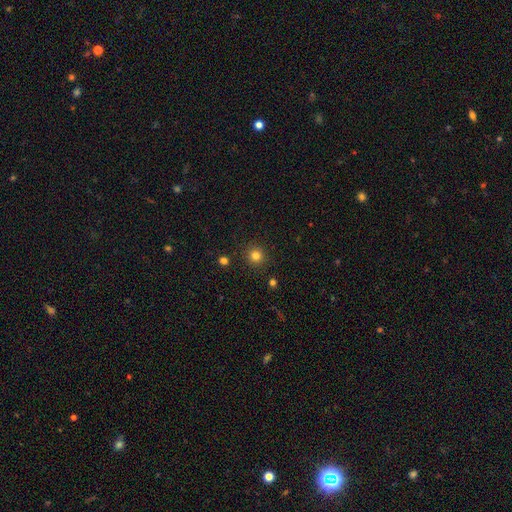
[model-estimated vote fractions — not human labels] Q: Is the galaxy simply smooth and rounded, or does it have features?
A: smooth — 81%.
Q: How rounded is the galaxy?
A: round — 94%.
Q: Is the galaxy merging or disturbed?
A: none — 91%.